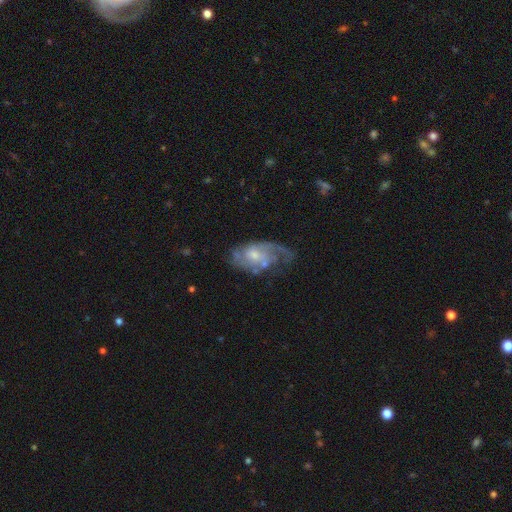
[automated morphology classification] A featured or disk galaxy (80%) with no bar (59%), 2 (45%) medium (43%) spiral arms (90%) and a small central bulge (50%).

Vote fractions:
- Smooth or featured? featured or disk: 80% / smooth: 14% / star or artifact: 6%
- Edge-on disk? no: 96% / yes: 4%
- Bar? no: 59% / weak: 36% / strong: 5%
- Spiral arms? yes: 90% / no: 10%
- Spiral winding? medium: 43% / loose: 29% / tight: 28%
- Spiral arm count? 2: 45% / can't tell: 23% / 1: 17% / 3: 9% / 4: 3% / more than 4: 3%
- Bulge size? small: 50% / moderate: 41% / none: 5% / large: 3% / dominant: 1%
- Merging? none: 48% / minor disturbance: 24% / major disturbance: 23% / merger: 5%